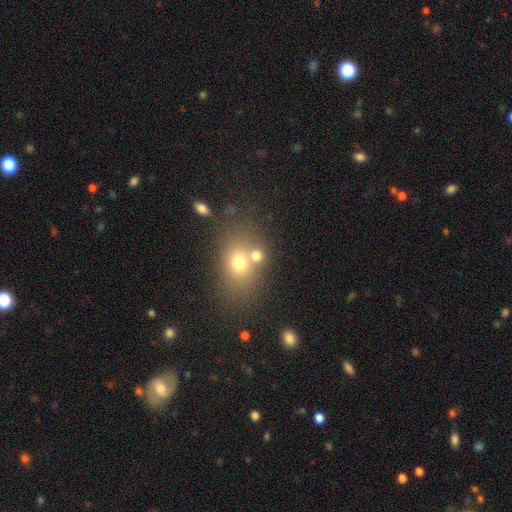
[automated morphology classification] Smooth or featured? smooth (67%)
How rounded? in between (56%)
Merging? none (46%)